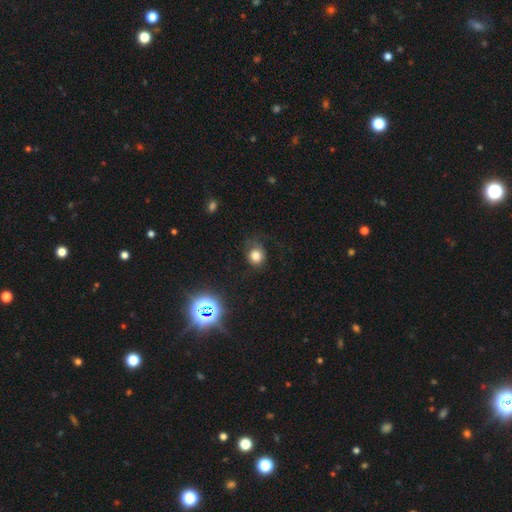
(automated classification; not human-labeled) Smooth or featured? Predicted: smooth (p=0.77). How rounded? Predicted: round (p=0.74). Merging? Predicted: none (p=0.66).